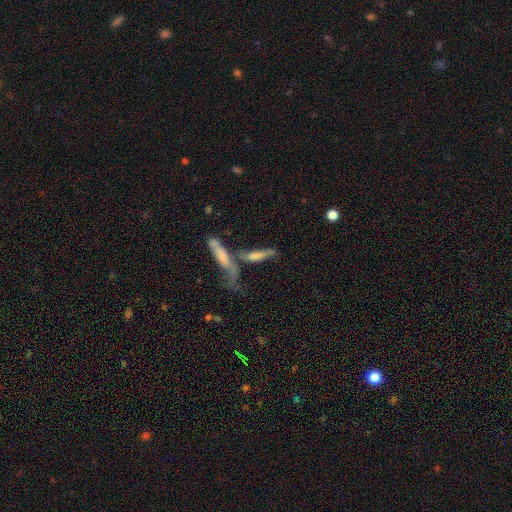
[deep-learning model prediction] This is possibly a smooth galaxy (59%). How rounded: likely cigar-shaped (75%). Merging: possibly merger (48%).